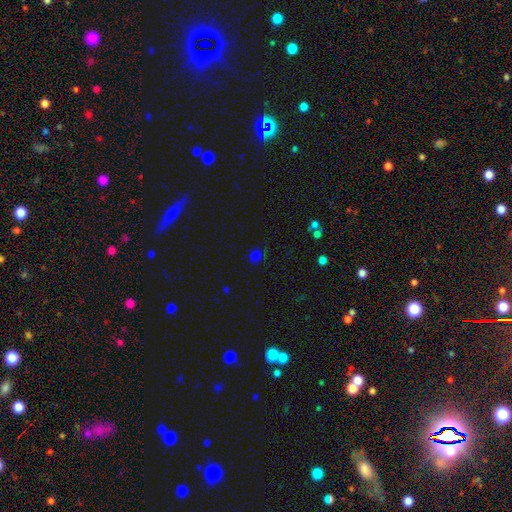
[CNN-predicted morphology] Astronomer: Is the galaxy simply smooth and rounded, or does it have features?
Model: smooth — 66%.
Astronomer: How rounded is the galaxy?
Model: round — 79%.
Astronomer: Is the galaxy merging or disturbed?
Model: none — 78%.